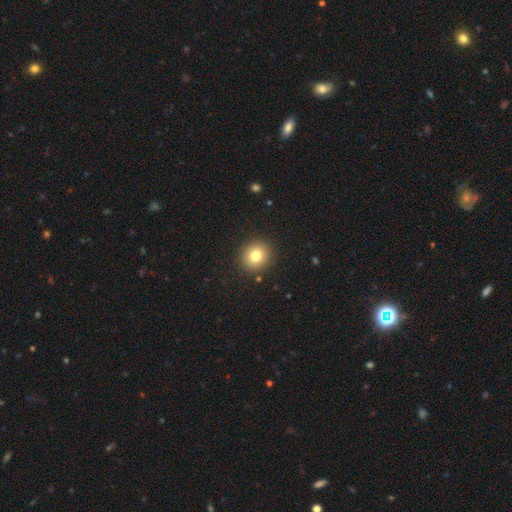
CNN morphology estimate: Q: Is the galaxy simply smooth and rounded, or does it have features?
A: smooth — 79%.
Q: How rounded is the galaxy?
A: round — 85%.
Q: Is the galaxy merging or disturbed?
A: none — 91%.